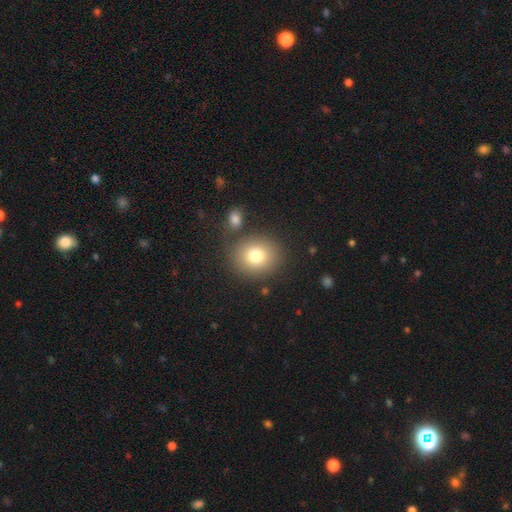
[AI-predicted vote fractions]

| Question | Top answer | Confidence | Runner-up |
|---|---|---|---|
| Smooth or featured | smooth | 79% | star or artifact (11%) |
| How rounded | round | 78% | in between (21%) |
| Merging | none | 77% | minor disturbance (10%) |